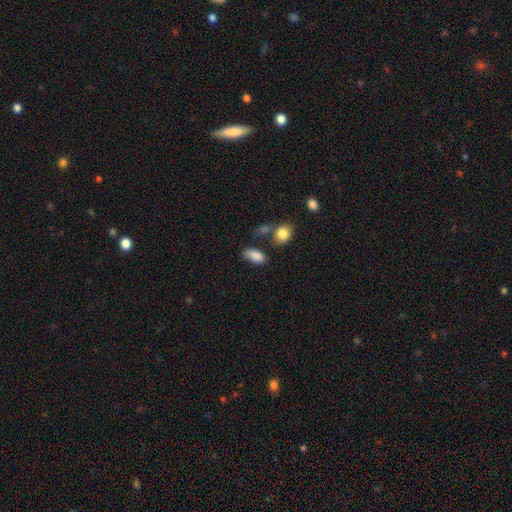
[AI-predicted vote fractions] smooth 87%, star or artifact 8%, featured or disk 5%. Down the decision tree: how rounded — in between (91%); merging — none (65%).